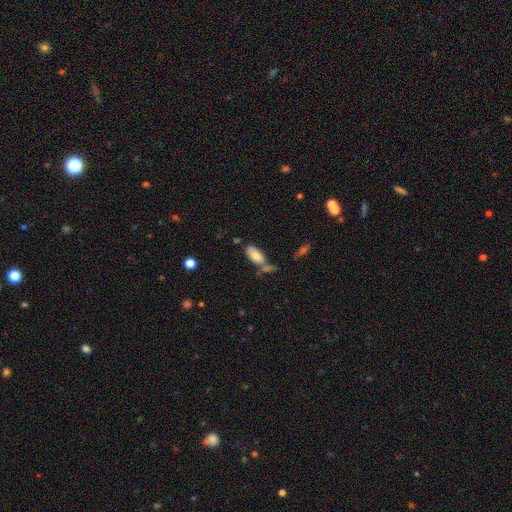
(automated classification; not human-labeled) Smooth or featured: smooth — 80% (featured or disk — 13%)
How rounded: in between — 91% (cigar-shaped — 7%)
Merging: none — 51% (merger — 24%)